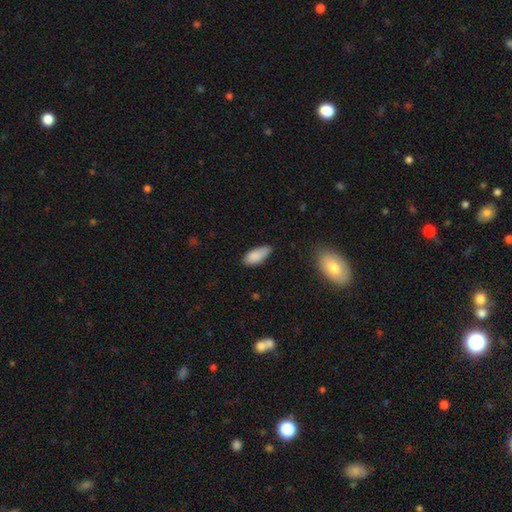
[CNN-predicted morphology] Smooth or featured?
  - smooth: 87% *
  - star or artifact: 7%
  - featured or disk: 6%
How rounded?
  - in between: 85% *
  - cigar-shaped: 13%
  - round: 2%
Merging?
  - none: 63% *
  - minor disturbance: 30%
  - major disturbance: 5%
  - merger: 2%